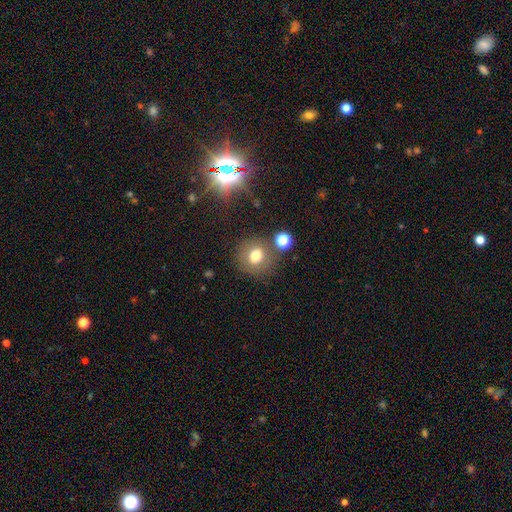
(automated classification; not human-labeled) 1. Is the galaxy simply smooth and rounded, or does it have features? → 72% smooth, 14% star or artifact, 14% featured or disk.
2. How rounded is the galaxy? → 84% round, 15% in between, 1% cigar-shaped.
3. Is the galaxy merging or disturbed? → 78% none, 11% minor disturbance, 7% merger, 4% major disturbance.